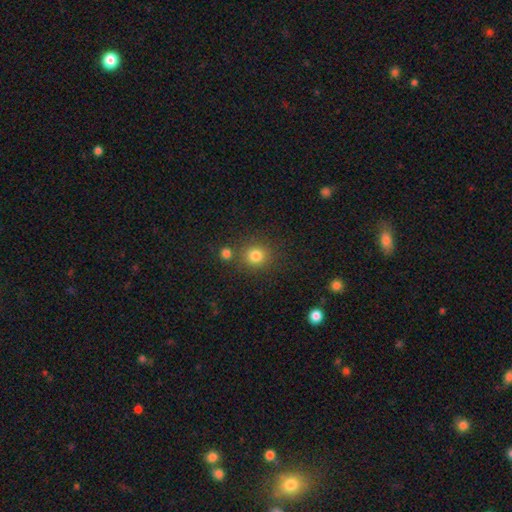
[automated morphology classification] The model was most divided on "merging": none: 77%, merger: 11%, minor disturbance: 9%, major disturbance: 3%. More confident: how rounded — round (87%); smooth or featured — smooth (81%).